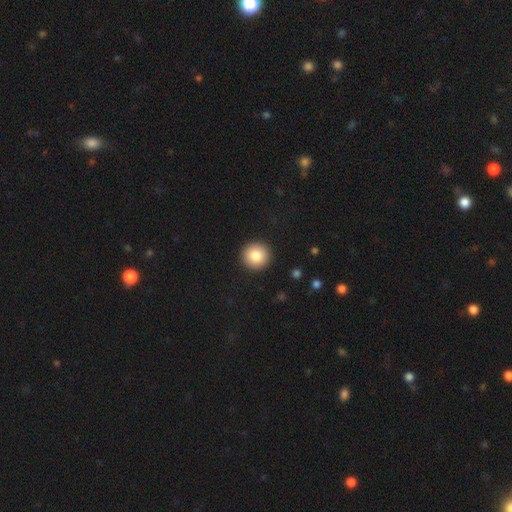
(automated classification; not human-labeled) This appears to be a smooth galaxy with no disk features (83%) that is round (95%). Merging: none (93%).